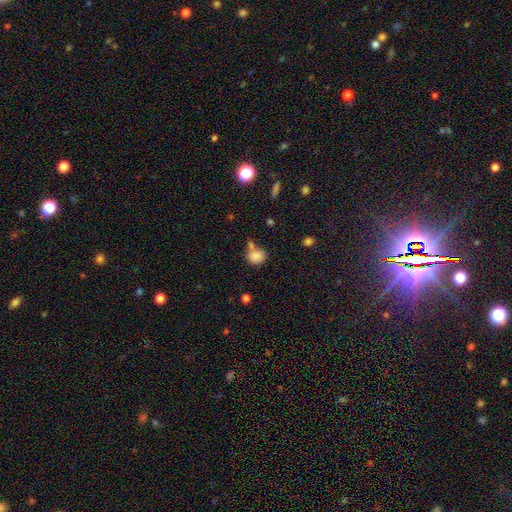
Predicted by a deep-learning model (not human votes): Smooth or featured: smooth — 84% (star or artifact — 10%)
How rounded: round — 61% (in between — 38%)
Merging: none — 52% (merger — 27%)